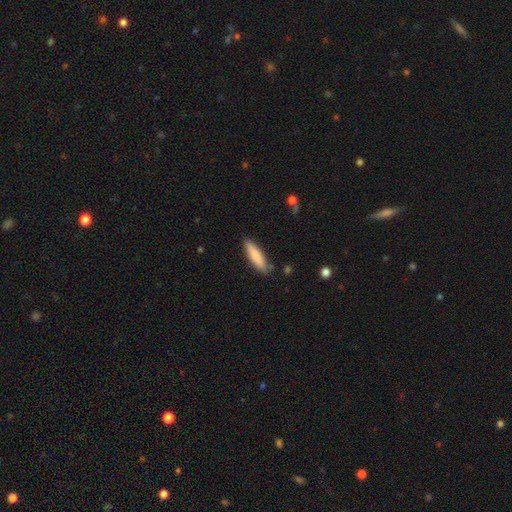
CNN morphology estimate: Smooth or featured?
  - smooth: 81% *
  - featured or disk: 13%
  - star or artifact: 5%
How rounded?
  - cigar-shaped: 74% *
  - in between: 25%
  - round: 1%
Merging?
  - none: 84% *
  - minor disturbance: 12%
  - major disturbance: 2%
  - merger: 2%